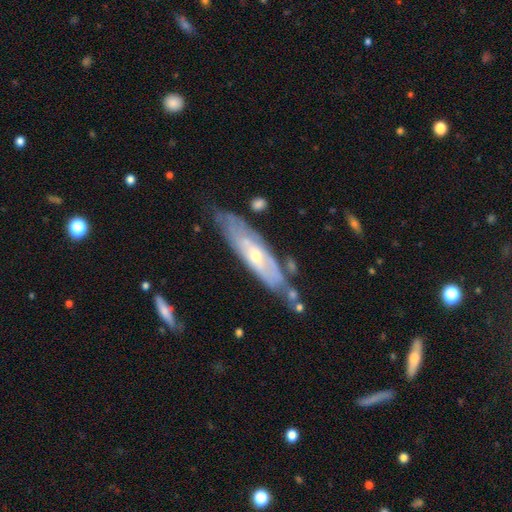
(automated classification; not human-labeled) Overall: featured or disk (72%). Edge-on disk: no (69%; yes 31%). Bar: no (71%). Spiral arms: yes (65%; no 35%). Bulge size: small (54%; moderate 42%). Merging: none (66%).